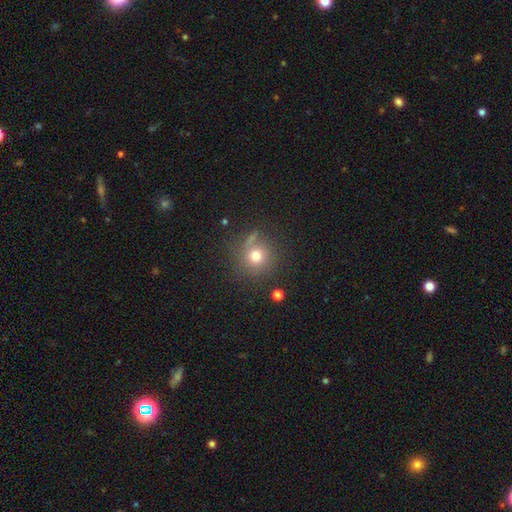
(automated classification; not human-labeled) Smooth or featured: smooth — 72% (star or artifact — 17%)
How rounded: round — 92% (in between — 7%)
Merging: none — 74% (minor disturbance — 13%)